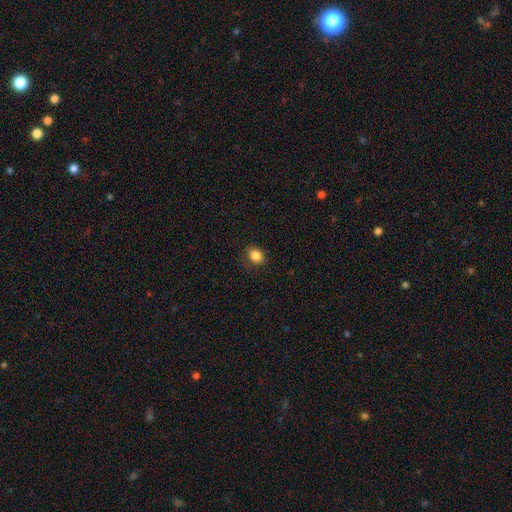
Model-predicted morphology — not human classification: Overall: smooth (85%). How rounded: round (50%; in between 49%). Merging: none (81%).